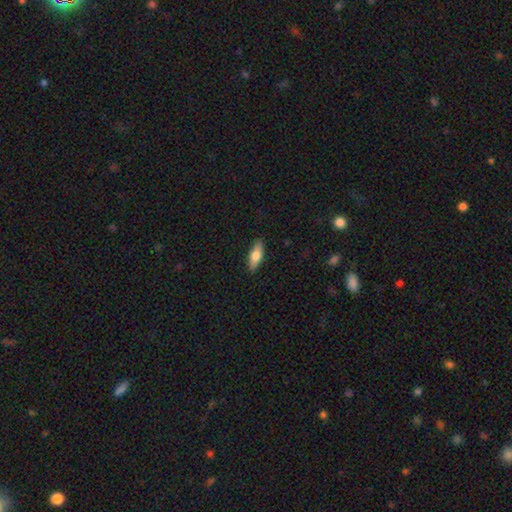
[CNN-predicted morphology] Smooth or featured: smooth — 70% (featured or disk — 24%)
How rounded: in between — 65% (cigar-shaped — 33%)
Merging: none — 88% (minor disturbance — 9%)